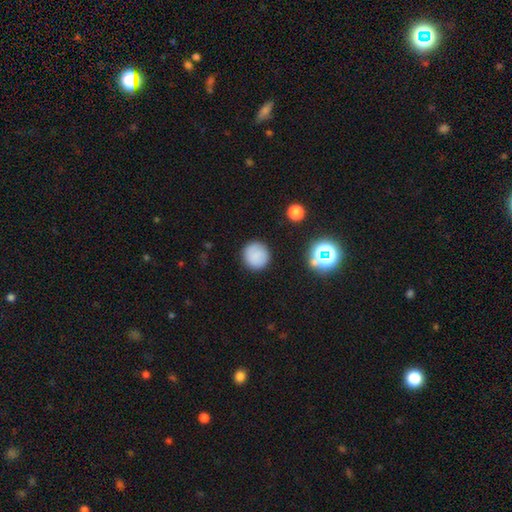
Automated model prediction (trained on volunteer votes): smooth-or-featured: smooth: 84% | star or artifact: 11% | featured or disk: 5%
  how-rounded: round: 94% | in between: 5% | cigar-shaped: 1%
  merging: none: 90% | minor disturbance: 7% | major disturbance: 2% | merger: 1%